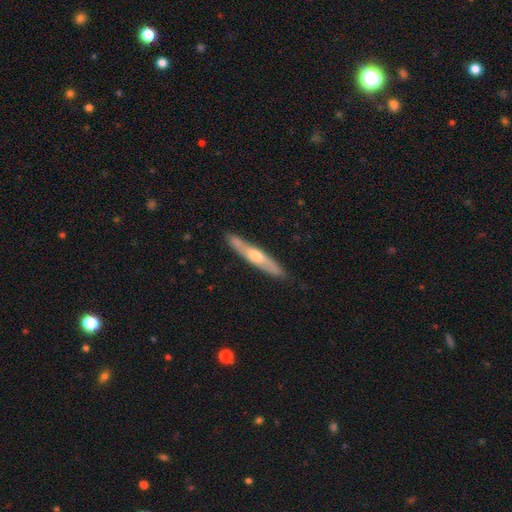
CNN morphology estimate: This is likely a featured or disk galaxy (60%). It is clearly viewed edge-on (89%). Edge-on bulge: clearly rounded (85%). Merging: clearly none (87%).